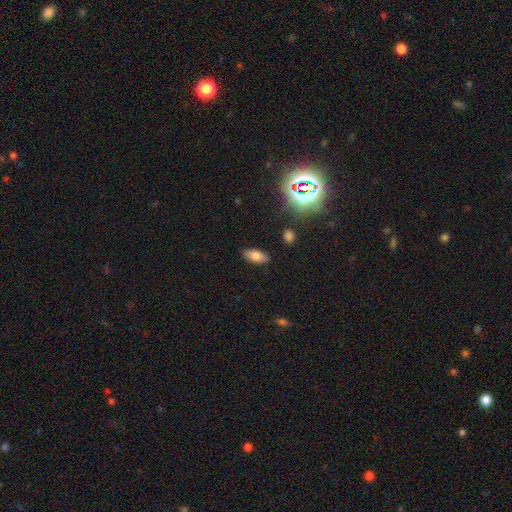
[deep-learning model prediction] This is likely a smooth galaxy (77%). How rounded: clearly in between (88%). Merging: clearly none (86%).